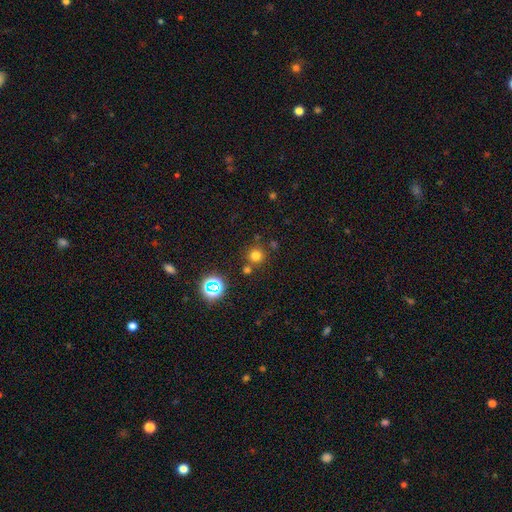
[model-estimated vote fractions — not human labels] smooth-or-featured: smooth: 72% | star or artifact: 22% | featured or disk: 6%
  how-rounded: round: 94% | in between: 5% | cigar-shaped: 1%
  merging: none: 76% | merger: 13% | minor disturbance: 7% | major disturbance: 3%